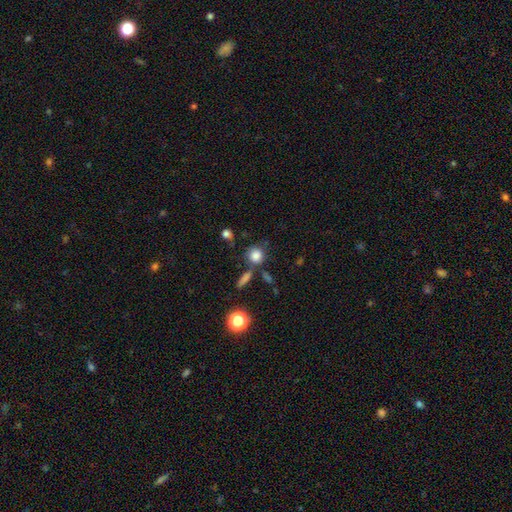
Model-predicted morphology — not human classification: Smooth or featured? smooth (82%)
How rounded? round (82%)
Merging? none (66%)